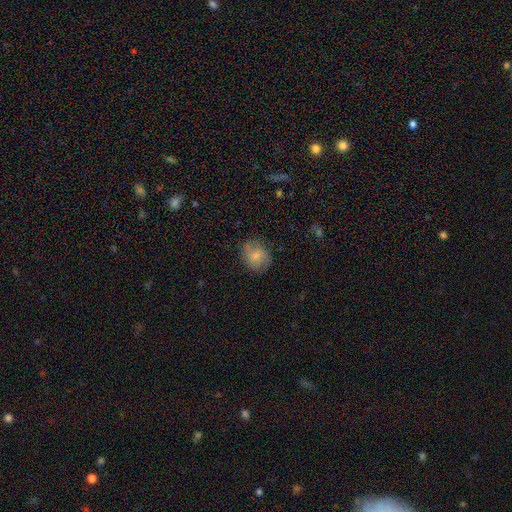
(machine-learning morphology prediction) smooth_or_featured: smooth (p=0.69) [alt: featured or disk p=0.23]
how_rounded: round (p=0.56) [alt: in between p=0.43]
merging: none (p=0.76) [alt: minor disturbance p=0.18]